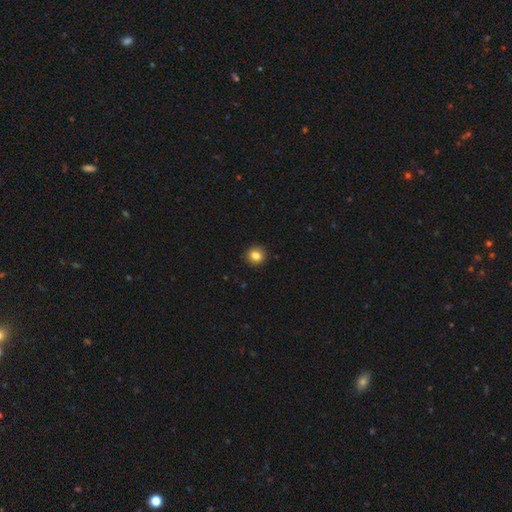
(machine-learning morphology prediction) This appears to be a smooth galaxy with no disk features (84%) that is round (88%). Merging: none (92%).